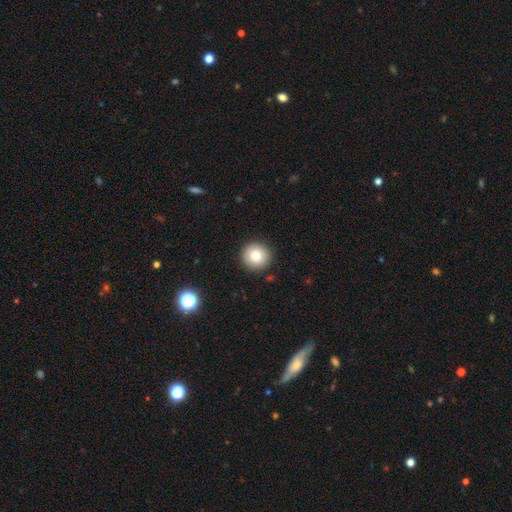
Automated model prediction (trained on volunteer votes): Morphology: type=smooth (81%); roundness=round (94%); merging=none (91%).